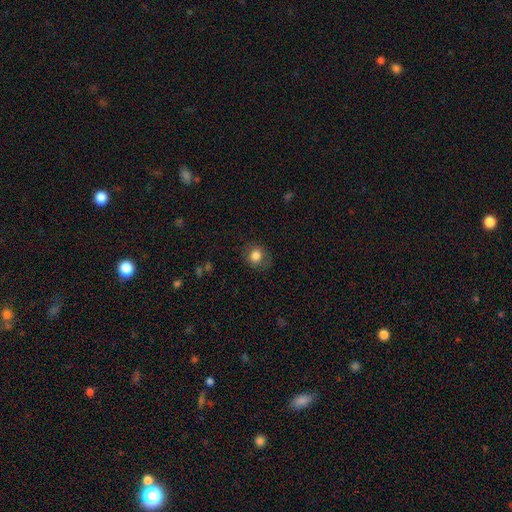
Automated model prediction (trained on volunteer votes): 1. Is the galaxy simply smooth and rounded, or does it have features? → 81% smooth, 10% star or artifact, 9% featured or disk.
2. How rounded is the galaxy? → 77% round, 22% in between, 1% cigar-shaped.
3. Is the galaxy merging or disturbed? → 79% none, 15% minor disturbance, 5% major disturbance, 1% merger.